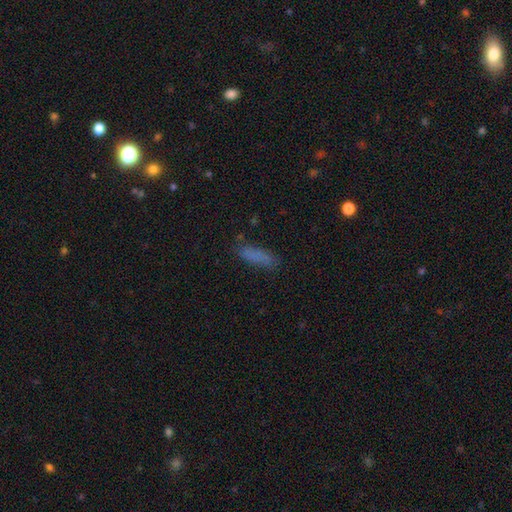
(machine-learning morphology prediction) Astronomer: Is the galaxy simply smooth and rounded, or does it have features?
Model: smooth — 77%.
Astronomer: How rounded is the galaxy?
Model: cigar-shaped — 54% (runner-up: in between, 44%).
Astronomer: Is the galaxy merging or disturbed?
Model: none — 73%.